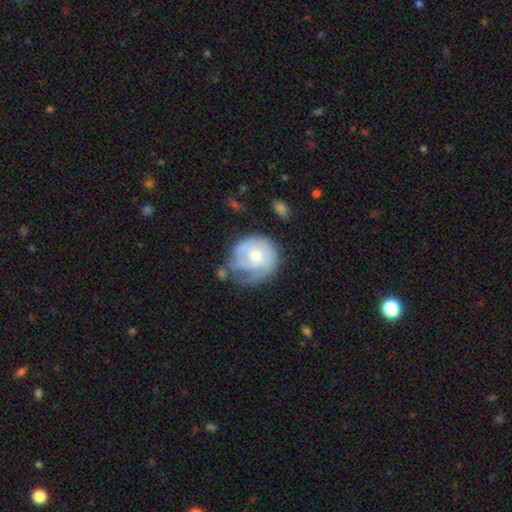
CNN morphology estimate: Smooth or featured?
  - featured or disk: 59% *
  - smooth: 34%
  - star or artifact: 6%
Edge-on disk?
  - no: 98% *
  - yes: 2%
Bar?
  - no: 79% *
  - weak: 18%
  - strong: 3%
Spiral arms?
  - yes: 71% *
  - no: 29%
Bulge size?
  - moderate: 56% *
  - small: 38%
  - large: 4%
  - none: 2%
  - dominant: 1%
Merging?
  - none: 41% *
  - minor disturbance: 30%
  - major disturbance: 23%
  - merger: 6%